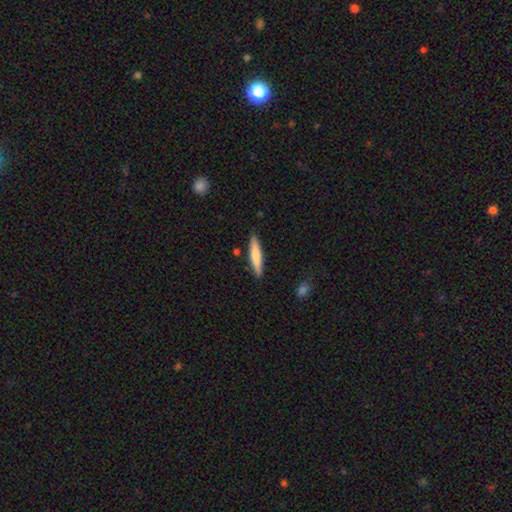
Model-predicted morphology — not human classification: This appears to be a smooth galaxy with no disk features (72%) that is cigar-shaped (87%). Merging: none (87%).